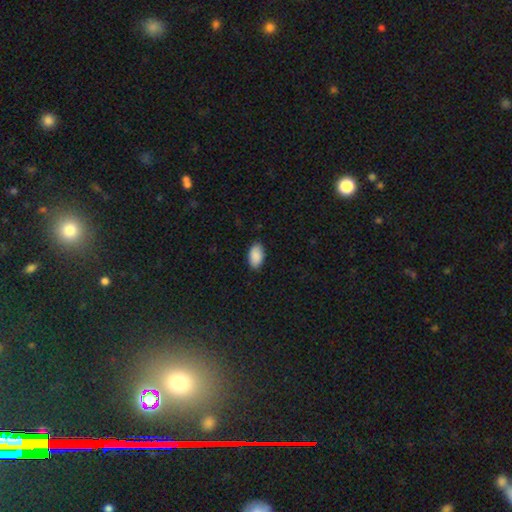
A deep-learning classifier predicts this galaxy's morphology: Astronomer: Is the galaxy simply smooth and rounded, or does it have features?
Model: smooth — 91%.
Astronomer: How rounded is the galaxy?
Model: in between — 95%.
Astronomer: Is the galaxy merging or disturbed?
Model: none — 87%.